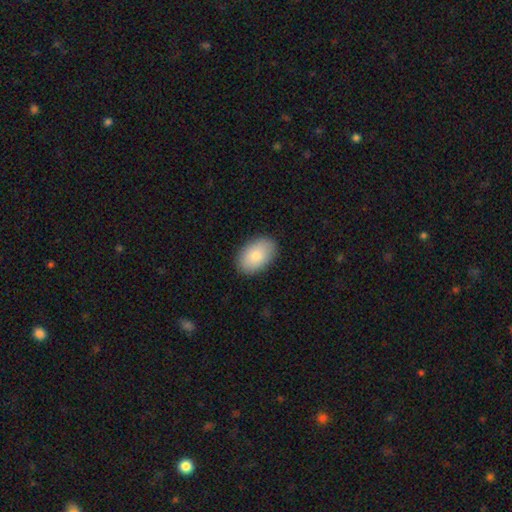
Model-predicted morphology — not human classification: This is clearly a smooth galaxy (86%). How rounded: clearly in between (92%). Merging: clearly none (88%).